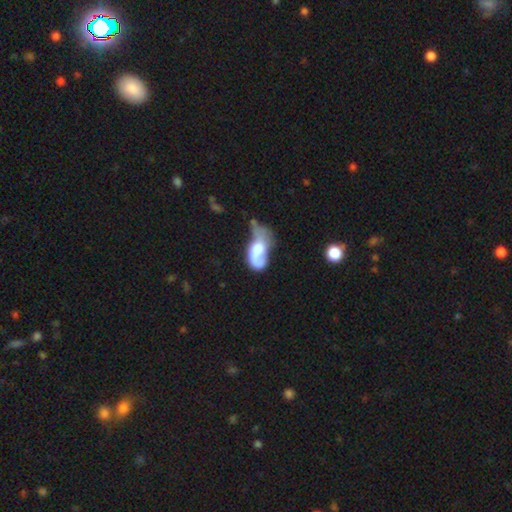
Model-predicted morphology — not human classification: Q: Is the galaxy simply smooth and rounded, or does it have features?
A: featured or disk — 56%.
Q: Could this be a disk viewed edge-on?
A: no — 95%.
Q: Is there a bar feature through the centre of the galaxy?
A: no — 70%.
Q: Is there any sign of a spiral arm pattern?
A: yes — 66%.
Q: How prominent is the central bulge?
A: moderate — 48%.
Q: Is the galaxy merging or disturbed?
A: major disturbance — 45%.